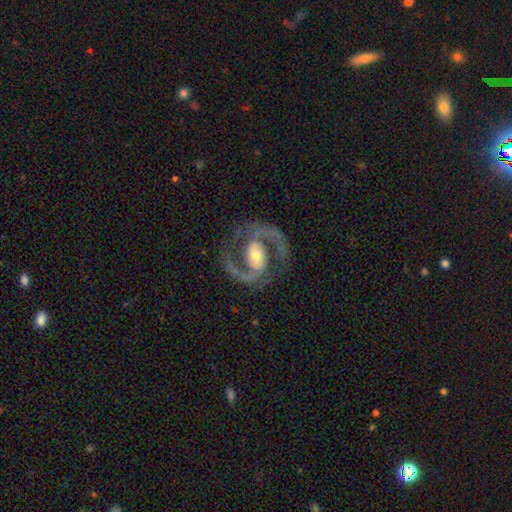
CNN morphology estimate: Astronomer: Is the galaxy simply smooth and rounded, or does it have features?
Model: featured or disk — 92%.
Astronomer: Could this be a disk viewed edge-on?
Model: no — 98%.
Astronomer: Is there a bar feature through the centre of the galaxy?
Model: no — 40% (runner-up: weak, 34%).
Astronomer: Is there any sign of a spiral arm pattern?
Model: yes — 97%.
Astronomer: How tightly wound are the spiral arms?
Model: medium — 64%.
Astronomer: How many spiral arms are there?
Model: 2 — 94%.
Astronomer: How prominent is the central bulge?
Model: moderate — 59%.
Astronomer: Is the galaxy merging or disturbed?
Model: none — 81%.